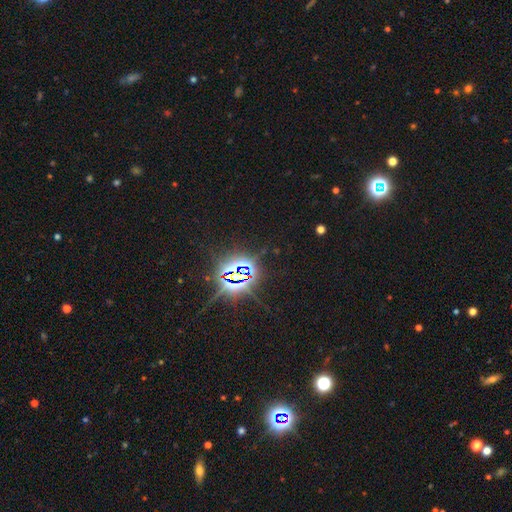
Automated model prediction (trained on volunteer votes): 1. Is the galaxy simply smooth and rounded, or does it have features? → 85% star or artifact, 9% smooth, 6% featured or disk.